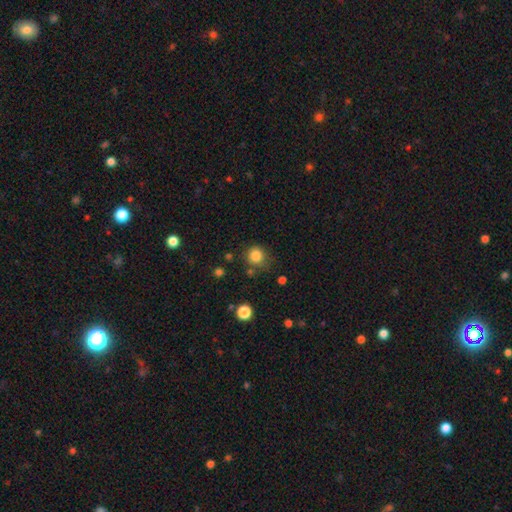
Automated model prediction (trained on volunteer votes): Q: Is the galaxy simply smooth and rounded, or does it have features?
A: smooth — 83%.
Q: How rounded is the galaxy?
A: round — 88%.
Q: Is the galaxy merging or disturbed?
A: none — 74%.